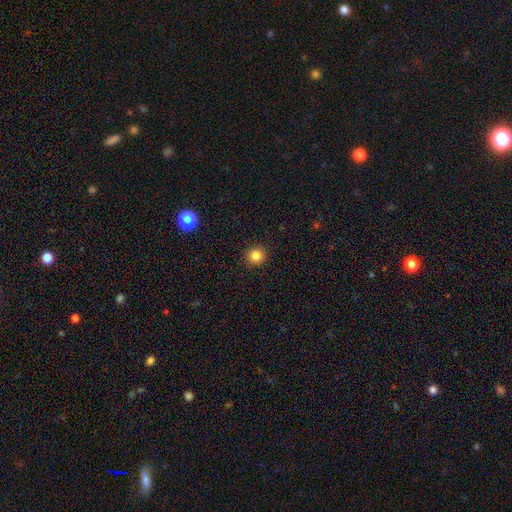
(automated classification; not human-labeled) Morphology: type=smooth (84%); roundness=round (92%); merging=none (92%).